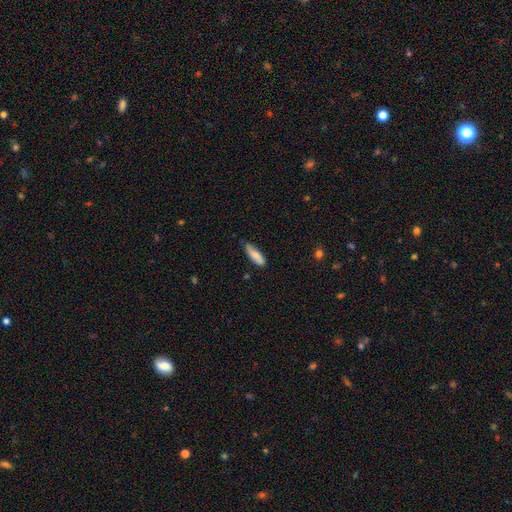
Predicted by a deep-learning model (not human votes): A smooth galaxy with no disk features (78%) that is in between round and cigar-shaped (52%).

Vote fractions:
- Smooth or featured? smooth: 78% / featured or disk: 16% / star or artifact: 6%
- How rounded? in between: 52% / cigar-shaped: 46% / round: 2%
- Merging? none: 69% / minor disturbance: 26% / major disturbance: 3% / merger: 2%